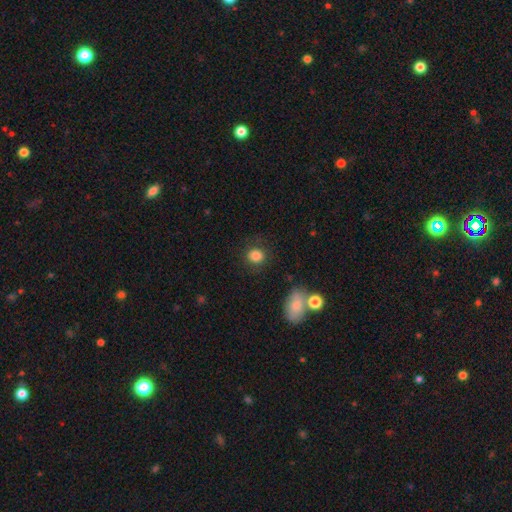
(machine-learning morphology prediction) This is clearly a smooth galaxy (85%). How rounded: likely round (78%). Merging: clearly none (82%).